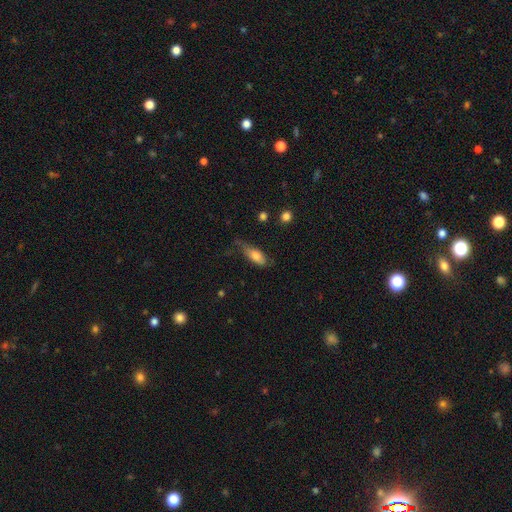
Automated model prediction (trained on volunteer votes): A smooth galaxy with no disk features (73%) that is in between round and cigar-shaped (76%).

Vote fractions:
- Smooth or featured? smooth: 73% / featured or disk: 20% / star or artifact: 7%
- How rounded? in between: 76% / cigar-shaped: 21% / round: 3%
- Merging? none: 46% / minor disturbance: 35% / major disturbance: 16% / merger: 3%